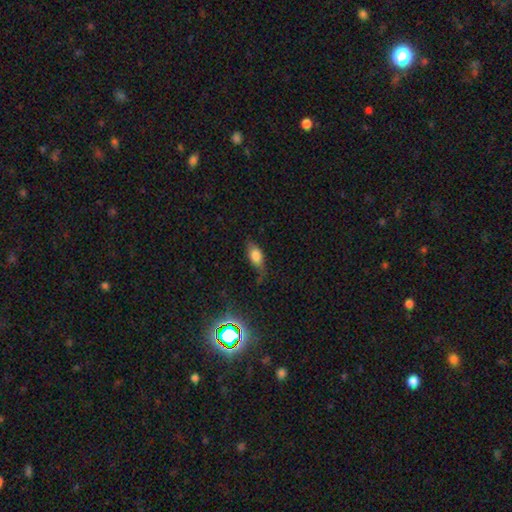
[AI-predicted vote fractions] Smooth or featured: smooth — 73% (featured or disk — 15%)
How rounded: in between — 84% (cigar-shaped — 10%)
Merging: none — 50% (minor disturbance — 33%)